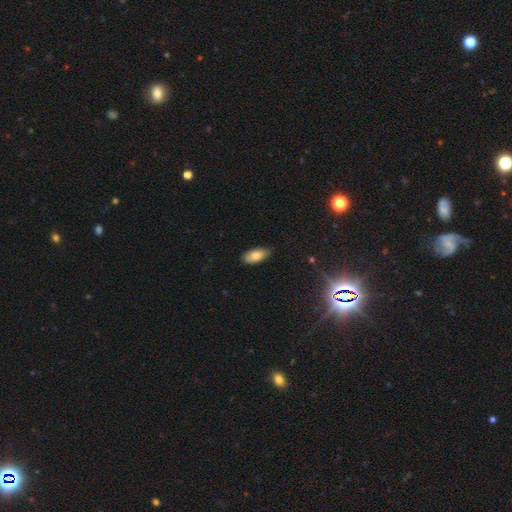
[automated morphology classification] smooth_or_featured: smooth (p=0.79) [alt: featured or disk p=0.13]
how_rounded: in between (p=0.91) [alt: cigar-shaped p=0.07]
merging: none (p=0.83) [alt: minor disturbance p=0.14]